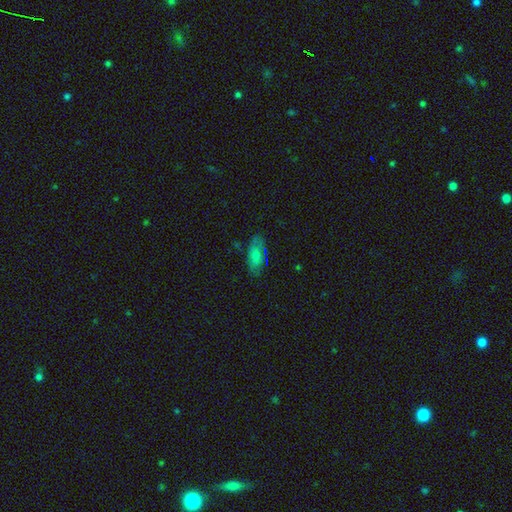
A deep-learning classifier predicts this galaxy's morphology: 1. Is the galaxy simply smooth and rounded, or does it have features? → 71% smooth, 17% featured or disk, 12% star or artifact.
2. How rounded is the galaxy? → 85% in between, 12% cigar-shaped, 3% round.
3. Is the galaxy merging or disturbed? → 76% none, 18% minor disturbance, 4% major disturbance, 2% merger.